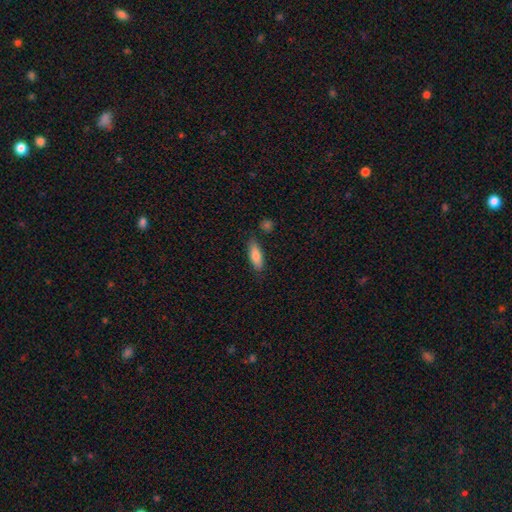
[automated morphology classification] A smooth galaxy with no disk features (82%) that is in between round and cigar-shaped (64%). Merging: none (79%).